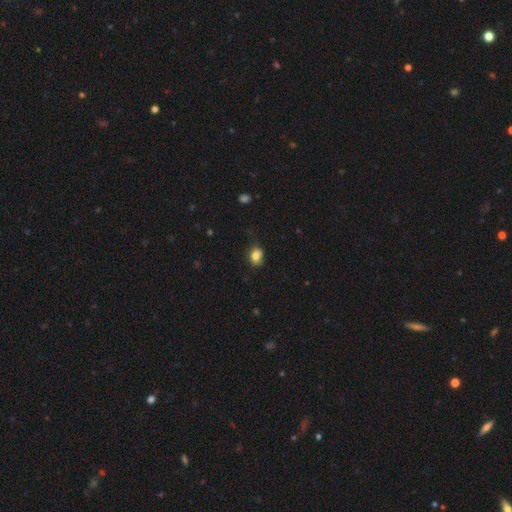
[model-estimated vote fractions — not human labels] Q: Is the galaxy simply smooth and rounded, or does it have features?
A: smooth — 81%.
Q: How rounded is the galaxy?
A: in between — 52%.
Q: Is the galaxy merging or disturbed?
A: none — 67%.